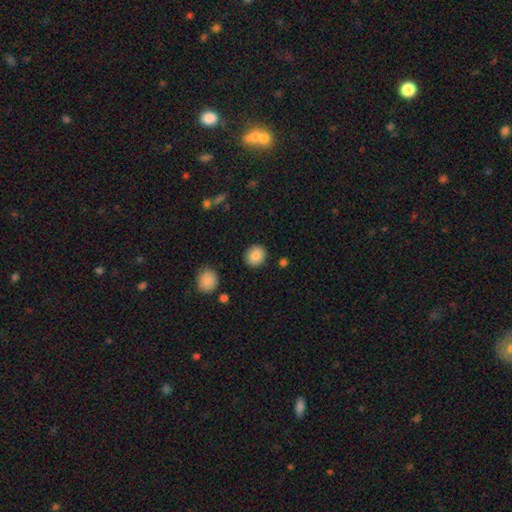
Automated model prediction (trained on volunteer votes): Q: Smooth or featured?
A: smooth (87%); runner-up: star or artifact (8%)
Q: How rounded?
A: round (85%); runner-up: in between (14%)
Q: Merging?
A: none (90%); runner-up: minor disturbance (6%)